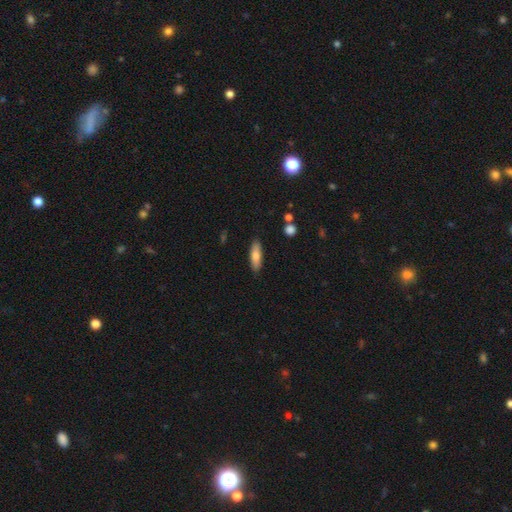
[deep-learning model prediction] Smooth or featured?
  - smooth: 75% *
  - featured or disk: 19%
  - star or artifact: 6%
How rounded?
  - cigar-shaped: 57% *
  - in between: 41%
  - round: 2%
Merging?
  - none: 87% *
  - minor disturbance: 9%
  - major disturbance: 2%
  - merger: 2%